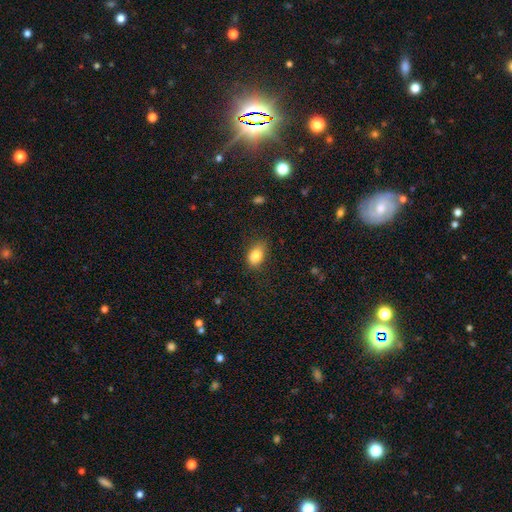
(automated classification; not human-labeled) Smooth or featured? smooth (85%)
How rounded? in between (83%)
Merging? none (76%)